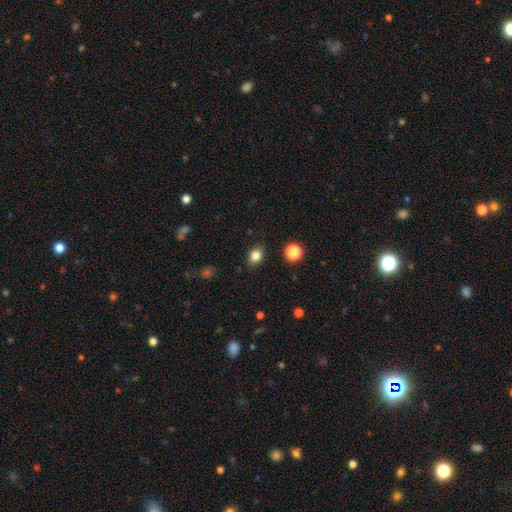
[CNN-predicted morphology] This appears to be a smooth galaxy with no disk features (83%) that is in between round and cigar-shaped (61%). Merging: none (85%).